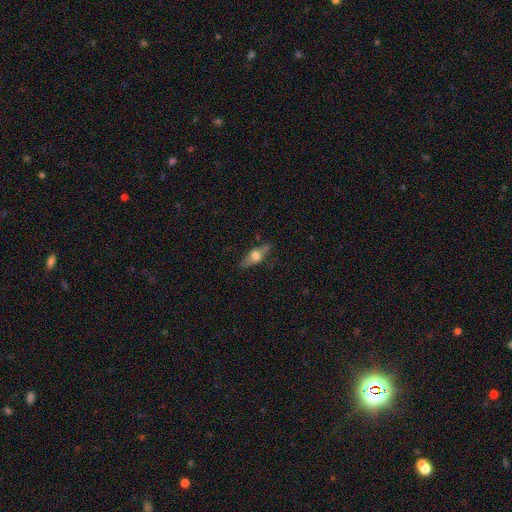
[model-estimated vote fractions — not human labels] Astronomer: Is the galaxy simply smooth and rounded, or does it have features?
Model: featured or disk — 51% (runner-up: smooth, 42%).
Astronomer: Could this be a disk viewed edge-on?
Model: yes — 85%.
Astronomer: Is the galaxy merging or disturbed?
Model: none — 81%.